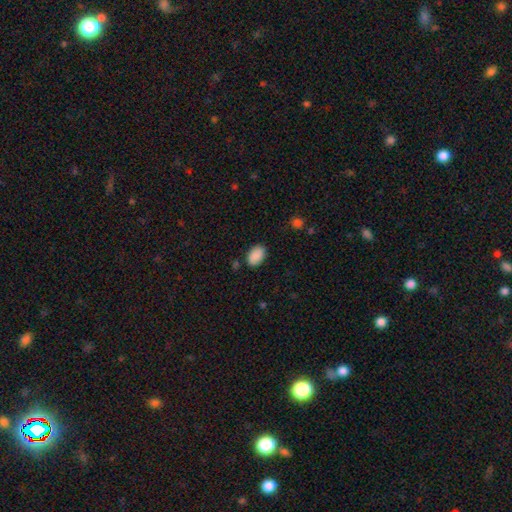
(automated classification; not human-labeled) A smooth galaxy with no disk features (90%) that is in between round and cigar-shaped (90%). Merging: none (85%).